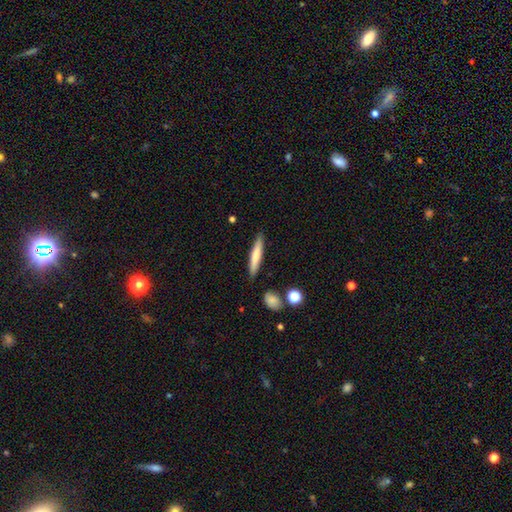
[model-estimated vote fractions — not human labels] Smooth or featured? Predicted: smooth (p=0.69). How rounded? Predicted: cigar-shaped (p=0.91). Merging? Predicted: none (p=0.87).